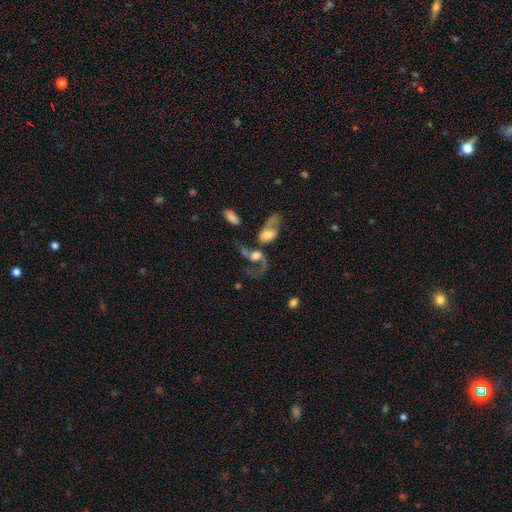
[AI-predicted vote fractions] Q: Smooth or featured?
A: featured or disk (67%); runner-up: smooth (24%)
Q: Edge-on disk?
A: no (95%); runner-up: yes (5%)
Q: Bar?
A: no (68%); runner-up: weak (25%)
Q: Spiral arms?
A: yes (78%); runner-up: no (22%)
Q: Bulge size?
A: moderate (46%); runner-up: large (31%)
Q: Merging?
A: merger (51%); runner-up: major disturbance (24%)